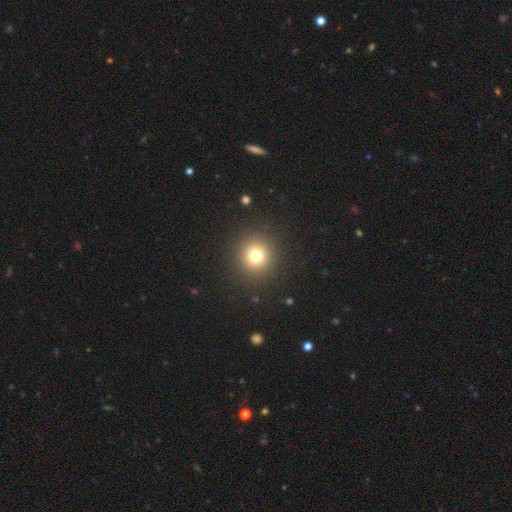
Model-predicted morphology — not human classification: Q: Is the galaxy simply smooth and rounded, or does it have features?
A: smooth — 76%.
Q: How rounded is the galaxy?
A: round — 92%.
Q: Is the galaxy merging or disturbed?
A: none — 90%.